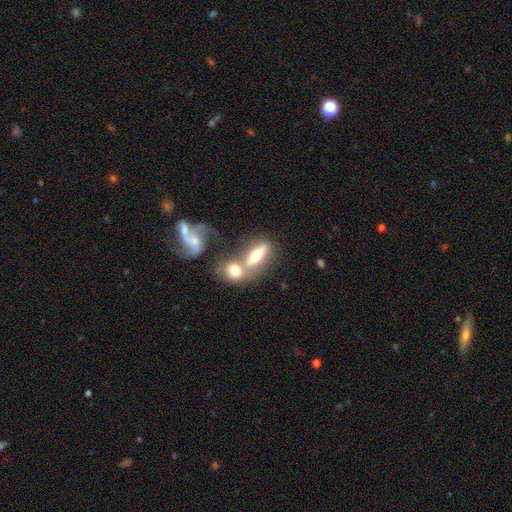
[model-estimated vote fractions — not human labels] The model was most divided on "smooth or featured": smooth: 55%, featured or disk: 37%, star or artifact: 8%. More confident: how rounded — in between (66%); merging — merger (54%).